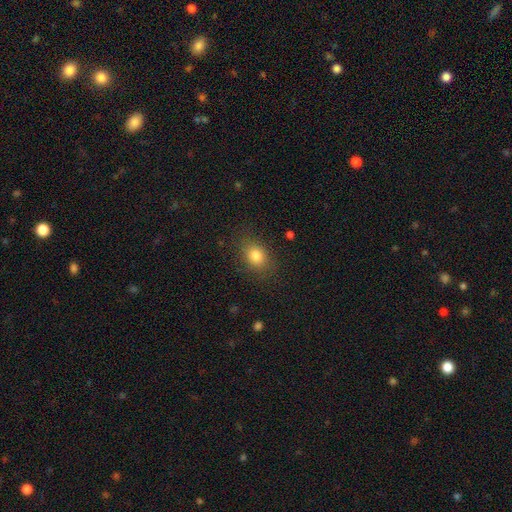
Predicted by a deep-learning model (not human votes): This is clearly a smooth galaxy (82%). How rounded: likely in between (61%). Merging: clearly none (83%).